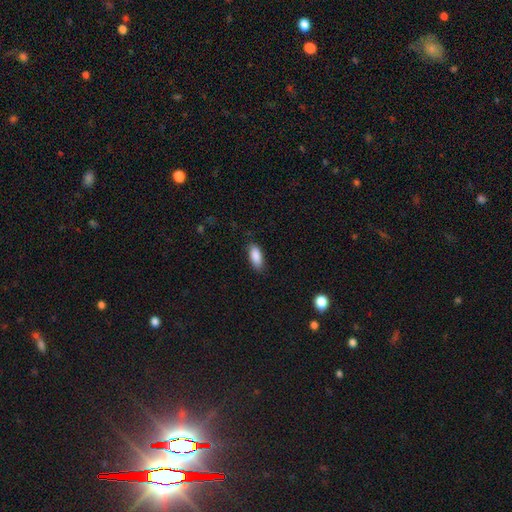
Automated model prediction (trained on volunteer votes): The model was most divided on "how rounded": in between: 82%, cigar-shaped: 16%, round: 2%. More confident: smooth or featured — smooth (88%); merging — none (83%).